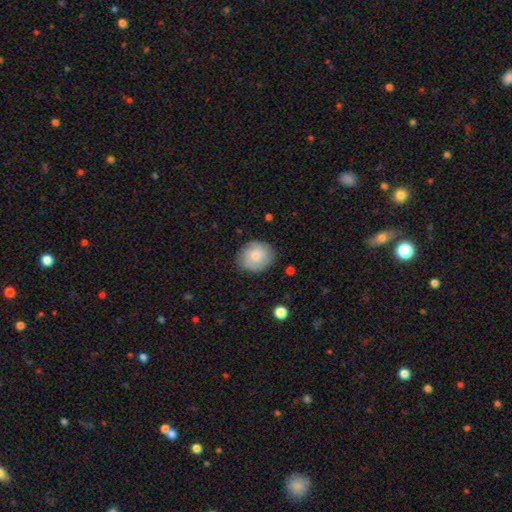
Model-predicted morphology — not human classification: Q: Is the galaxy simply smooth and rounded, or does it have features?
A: smooth — 71%.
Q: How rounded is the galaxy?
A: round — 77%.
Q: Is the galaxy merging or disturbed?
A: none — 79%.